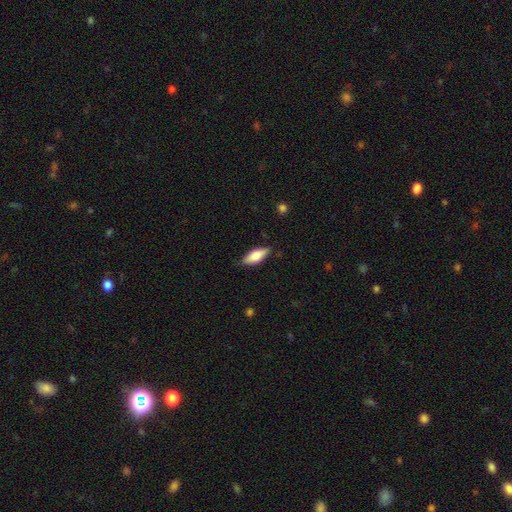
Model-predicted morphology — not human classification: This appears to be a smooth galaxy with no disk features (72%) that is in between round and cigar-shaped (70%). Merging: none (81%).